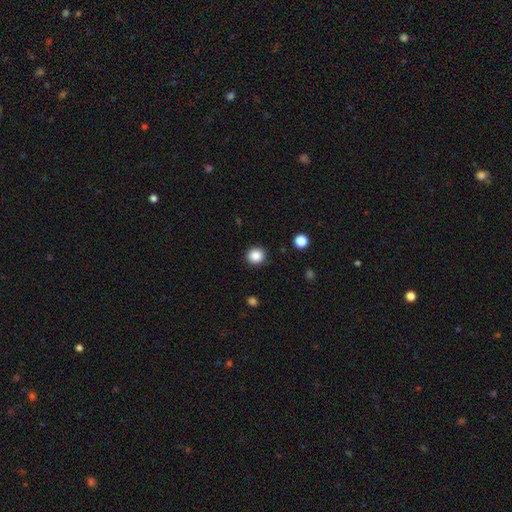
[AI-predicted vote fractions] smooth 87%, star or artifact 10%, featured or disk 3%. Down the decision tree: how rounded — round (91%); merging — none (91%).